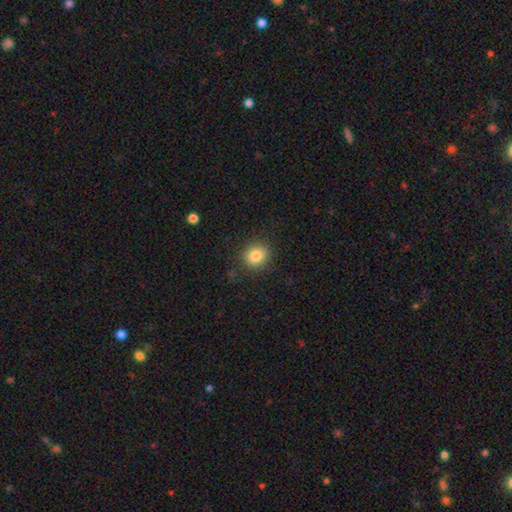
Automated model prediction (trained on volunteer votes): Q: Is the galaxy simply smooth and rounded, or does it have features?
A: smooth — 83%.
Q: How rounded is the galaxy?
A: round — 79%.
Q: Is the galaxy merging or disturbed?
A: none — 87%.